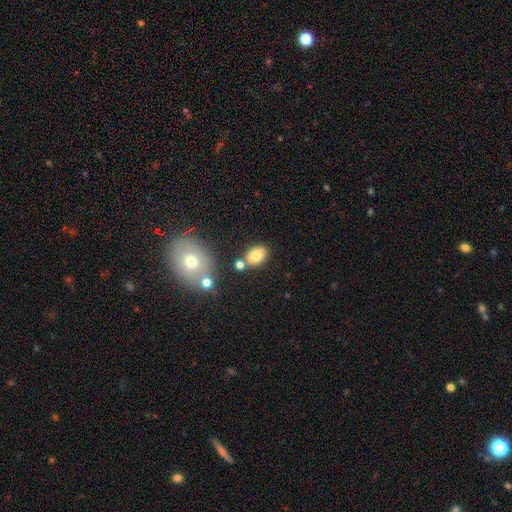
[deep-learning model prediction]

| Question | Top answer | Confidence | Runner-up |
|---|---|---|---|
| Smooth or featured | smooth | 80% | featured or disk (10%) |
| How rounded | in between | 74% | round (24%) |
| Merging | none | 71% | merger (13%) |